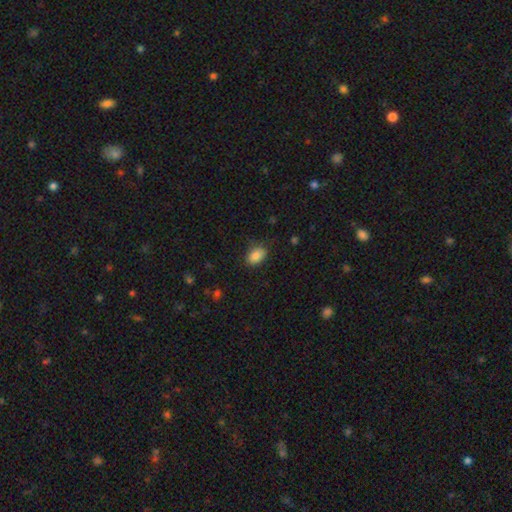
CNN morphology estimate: Smooth or featured: smooth — 86% (star or artifact — 8%)
How rounded: in between — 83% (round — 15%)
Merging: none — 77% (minor disturbance — 18%)